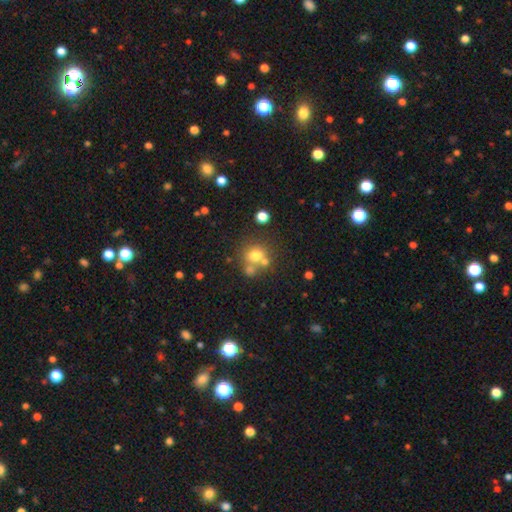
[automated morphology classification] Smooth or featured: smooth — 68% (featured or disk — 16%)
How rounded: round — 83% (in between — 16%)
Merging: none — 53% (merger — 31%)